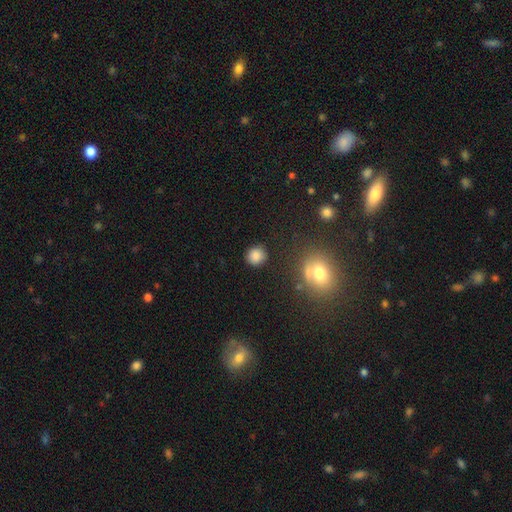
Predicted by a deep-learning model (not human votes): Overall: smooth (83%). How rounded: round (86%). Merging: none (85%).